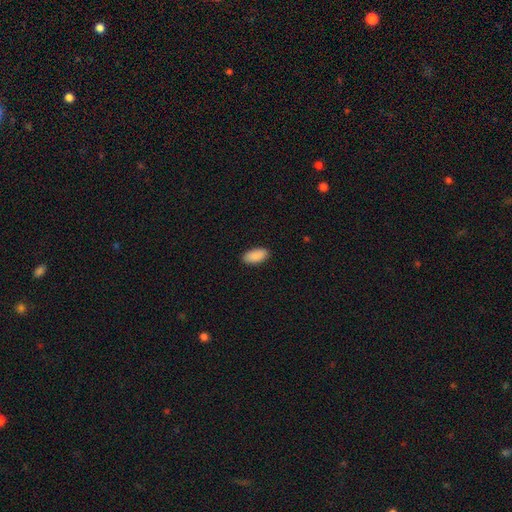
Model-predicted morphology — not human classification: Smooth or featured? Predicted: smooth (p=0.91). How rounded? Predicted: in between (p=0.93). Merging? Predicted: none (p=0.90).